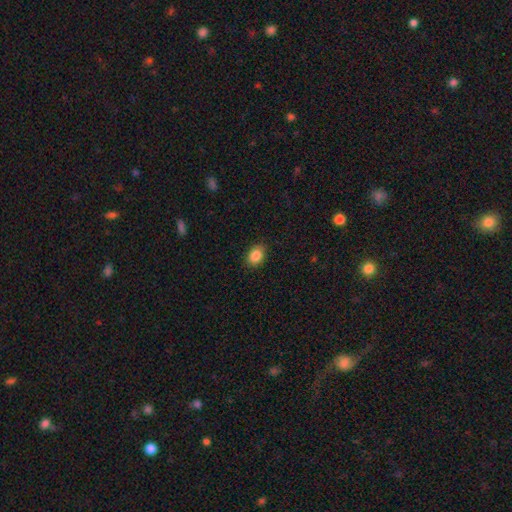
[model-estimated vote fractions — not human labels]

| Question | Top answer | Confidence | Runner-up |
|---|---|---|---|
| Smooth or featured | smooth | 86% | star or artifact (9%) |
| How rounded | in between | 68% | round (31%) |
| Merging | none | 87% | minor disturbance (10%) |